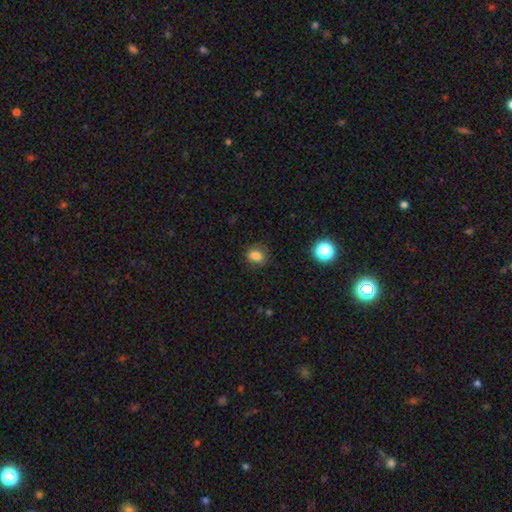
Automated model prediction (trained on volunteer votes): A smooth galaxy with no disk features (82%) that is round (56%). Merging: none (84%).